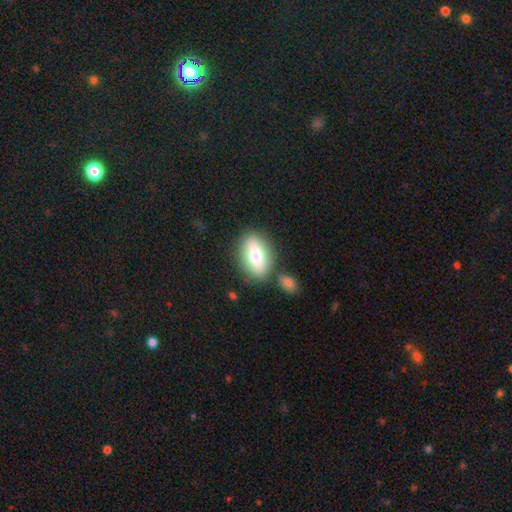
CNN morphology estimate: This appears to be a smooth galaxy with no disk features (67%) that is in between round and cigar-shaped (83%). Merging: none (76%).